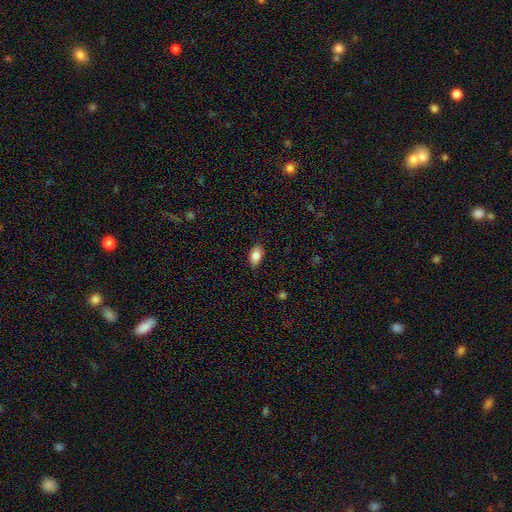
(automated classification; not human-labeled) Smooth or featured: smooth — 82% (featured or disk — 11%)
How rounded: in between — 91% (round — 6%)
Merging: none — 86% (minor disturbance — 11%)